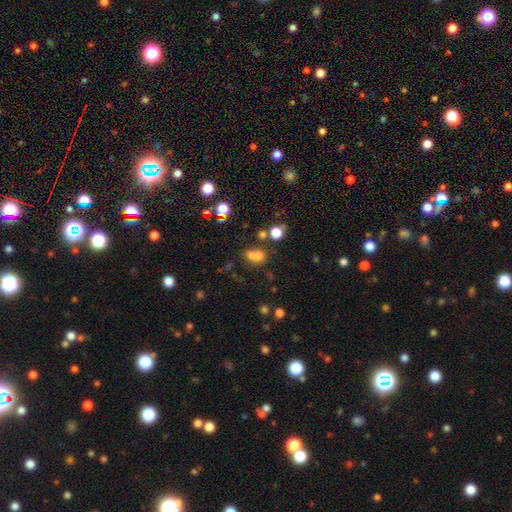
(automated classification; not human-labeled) Q: Smooth or featured?
A: smooth (68%); runner-up: star or artifact (20%)
Q: How rounded?
A: round (61%); runner-up: in between (37%)
Q: Merging?
A: merger (48%); runner-up: none (36%)